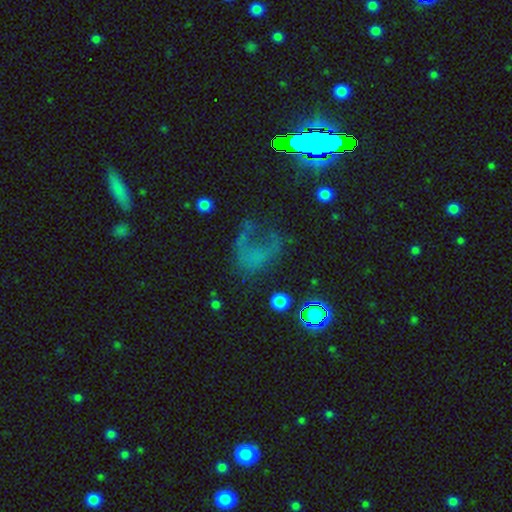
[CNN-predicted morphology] The model was most divided on "smooth or featured": star or artifact: 34%, featured or disk: 33%, smooth: 33%.